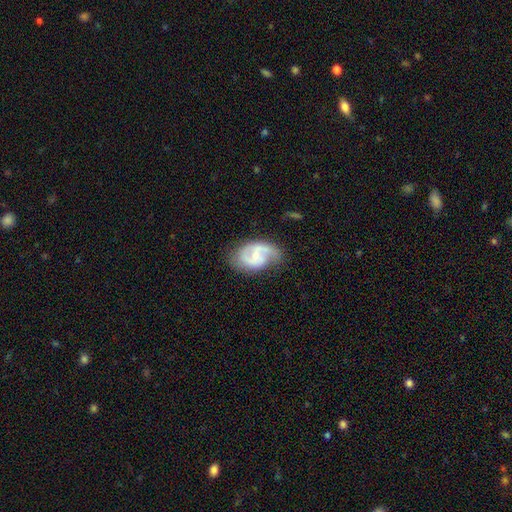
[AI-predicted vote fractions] This is likely a featured or disk galaxy (79%). It is clearly not viewed edge-on (97%). Bar: possibly weak (50%). Spiral arm pattern: clearly yes (93%). Spiral arm count: likely 2 (79%). Spiral winding: possibly medium (51%). Central bulge: likely small (60%). Merging: likely none (63%).